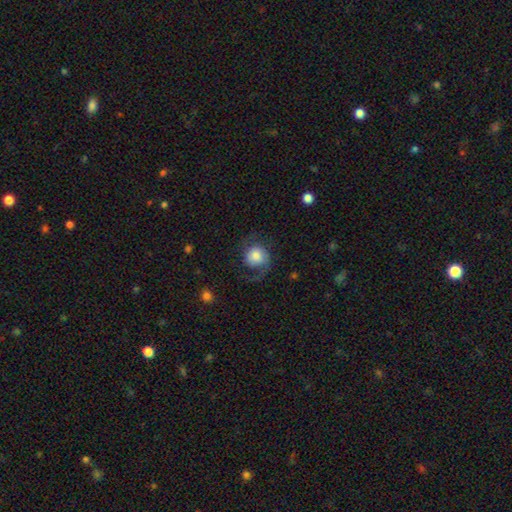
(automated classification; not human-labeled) smooth_or_featured: featured or disk (p=0.53) [alt: smooth p=0.39]
disk_edge_on: no (p=0.97) [alt: yes p=0.03]
bar: no (p=0.73) [alt: weak p=0.22]
has_spiral_arms: yes (p=0.90) [alt: no p=0.10]
bulge_size: moderate (p=0.36) [alt: large p=0.26]
merging: none (p=0.61) [alt: major disturbance p=0.20]